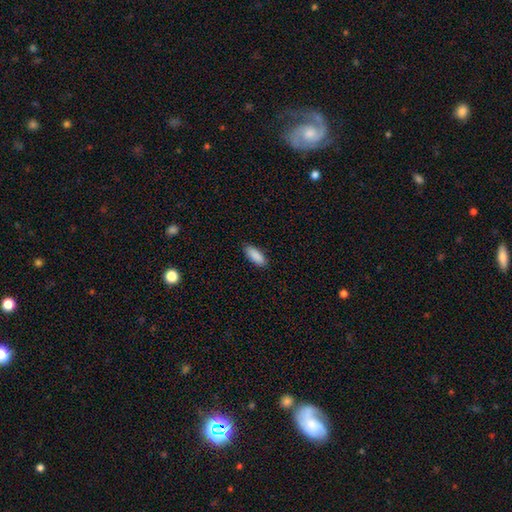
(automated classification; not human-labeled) Overall: smooth (90%). How rounded: in between (79%). Merging: none (86%).